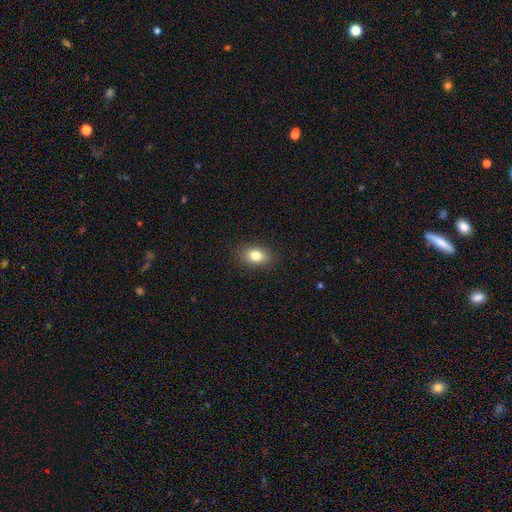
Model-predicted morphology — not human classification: smooth-or-featured: smooth: 82% | star or artifact: 10% | featured or disk: 9%
  how-rounded: in between: 80% | round: 18% | cigar-shaped: 2%
  merging: none: 87% | minor disturbance: 10% | major disturbance: 3% | merger: 1%